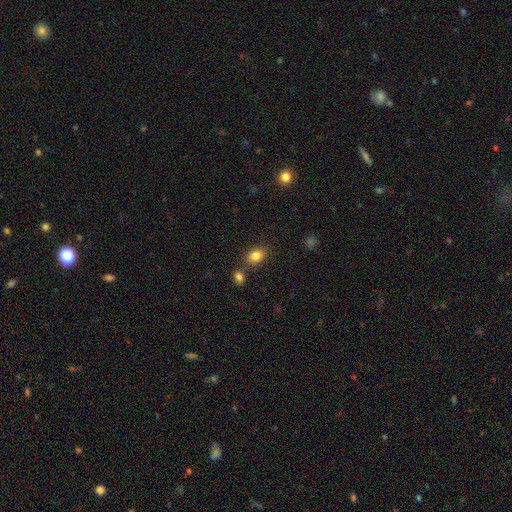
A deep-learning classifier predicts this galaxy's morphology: smooth 84%, star or artifact 10%, featured or disk 6%. Down the decision tree: how rounded — in between (67%); merging — none (76%).